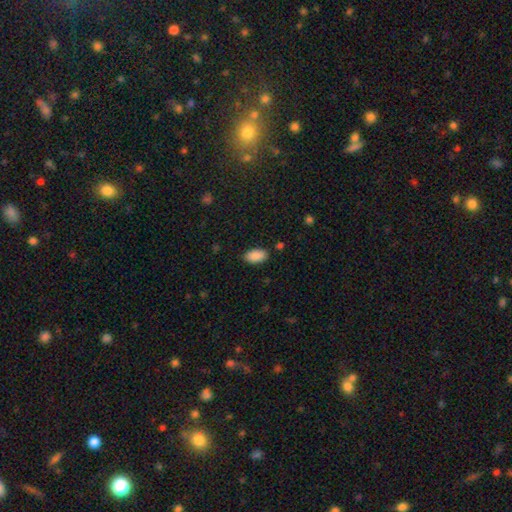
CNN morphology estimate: A smooth galaxy with no disk features (89%) that is in between round and cigar-shaped (95%).

Vote fractions:
- Smooth or featured? smooth: 89% / star or artifact: 7% / featured or disk: 4%
- How rounded? in between: 95% / round: 3% / cigar-shaped: 3%
- Merging? none: 86% / minor disturbance: 10% / major disturbance: 2% / merger: 2%